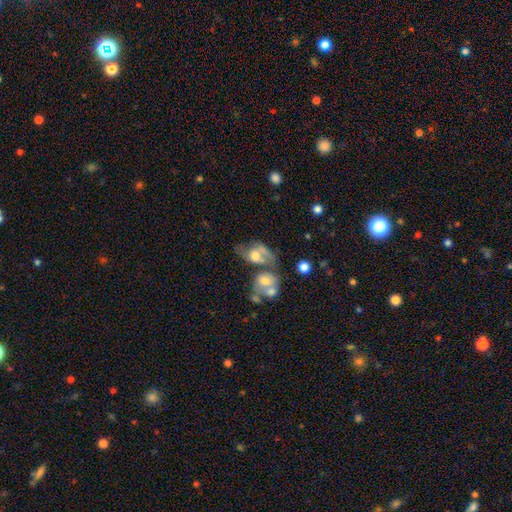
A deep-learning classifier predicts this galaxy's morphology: smooth 47%, featured or disk 44%, star or artifact 9%. Down the decision tree: merging — merger (51%).